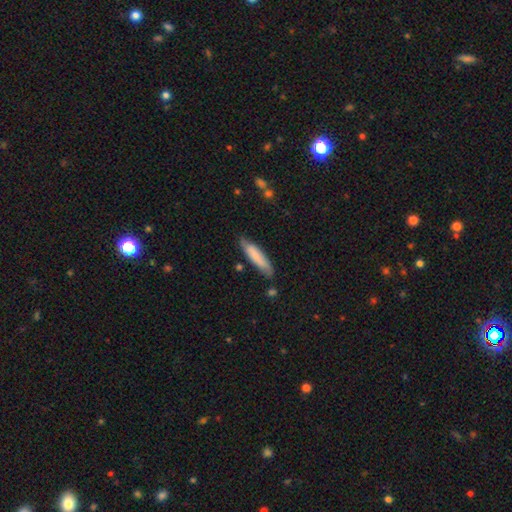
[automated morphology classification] smooth-or-featured: smooth: 78% | featured or disk: 17% | star or artifact: 6%
  how-rounded: cigar-shaped: 80% | in between: 19% | round: 1%
  merging: none: 76% | minor disturbance: 18% | major disturbance: 3% | merger: 3%